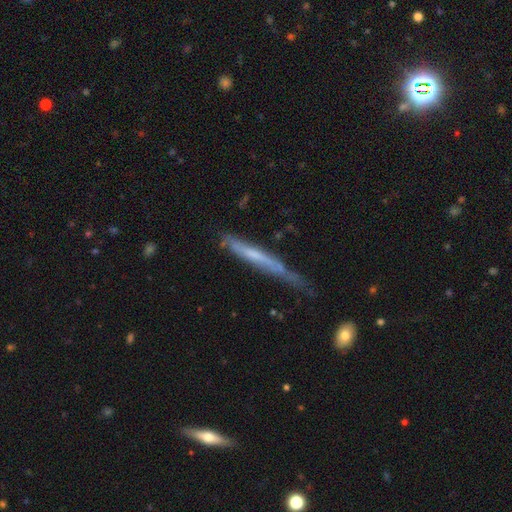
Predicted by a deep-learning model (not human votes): Q: Smooth or featured?
A: featured or disk (53%); runner-up: smooth (39%)
Q: Edge-on disk?
A: yes (87%); runner-up: no (13%)
Q: Merging?
A: none (51%); runner-up: minor disturbance (33%)